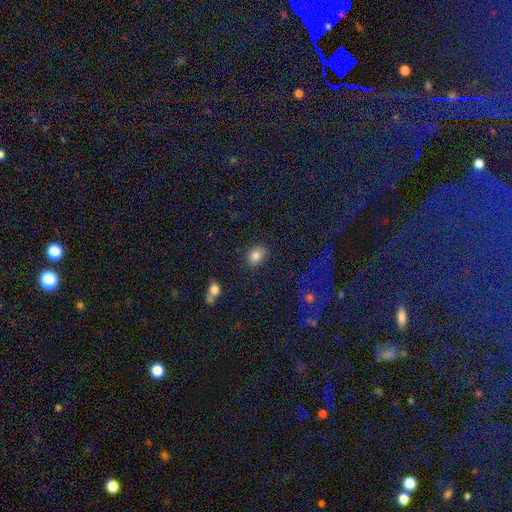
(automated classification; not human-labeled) This is clearly a smooth galaxy (84%). How rounded: possibly in between (59%). Merging: clearly none (85%).